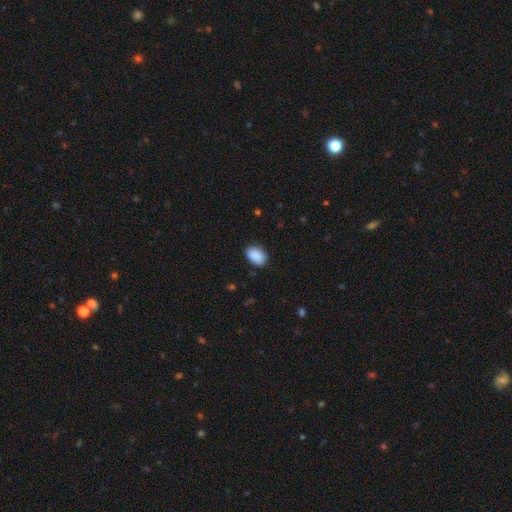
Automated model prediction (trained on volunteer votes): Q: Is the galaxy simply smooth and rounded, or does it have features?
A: smooth — 90%.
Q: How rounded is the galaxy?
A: in between — 88%.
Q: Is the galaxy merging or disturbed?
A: none — 85%.